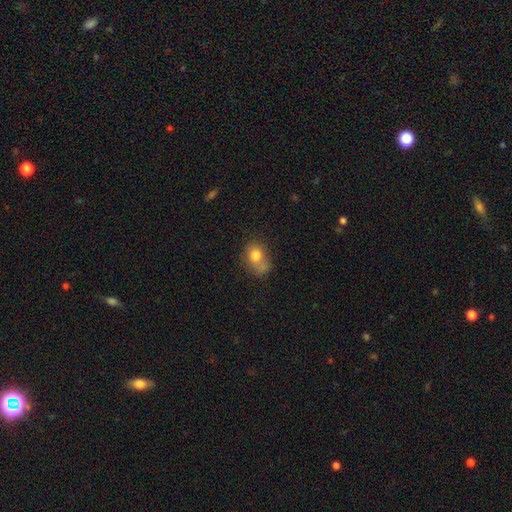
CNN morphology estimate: Overall: smooth (77%). How rounded: round (50%; in between 49%). Merging: none (37%; merger 31%).